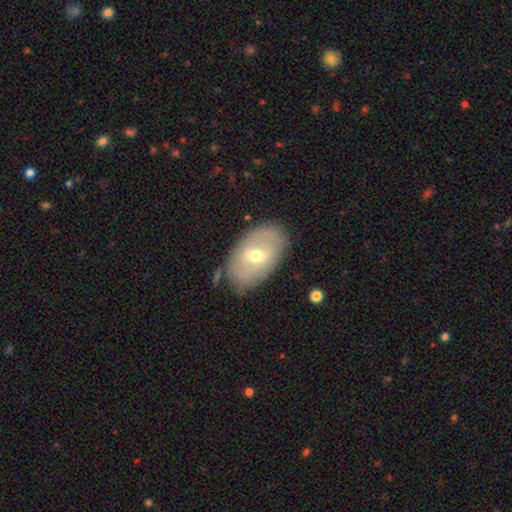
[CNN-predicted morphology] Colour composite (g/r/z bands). It shows a featured or disk galaxy (48%). Merging: none (78%).